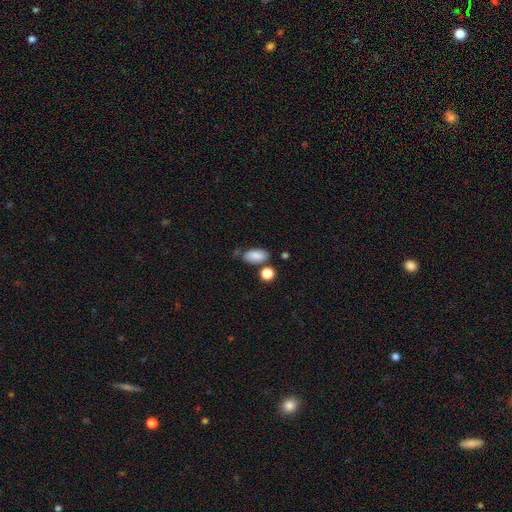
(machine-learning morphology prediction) Overall: smooth (84%). How rounded: in between (91%). Merging: none (66%).